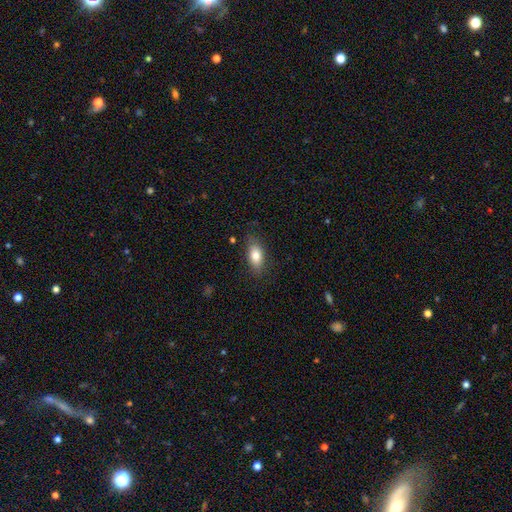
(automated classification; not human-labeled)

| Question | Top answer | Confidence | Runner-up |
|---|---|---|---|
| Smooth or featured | smooth | 79% | featured or disk (14%) |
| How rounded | in between | 86% | cigar-shaped (8%) |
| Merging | none | 78% | minor disturbance (16%) |